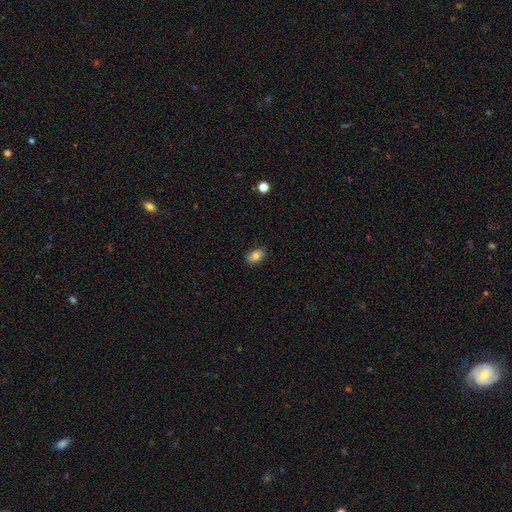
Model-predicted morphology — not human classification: smooth 82%, star or artifact 9%, featured or disk 9%. Down the decision tree: how rounded — in between (85%); merging — none (85%).